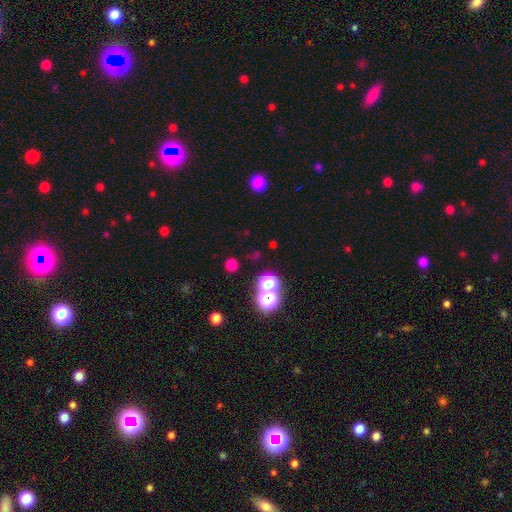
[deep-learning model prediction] Smooth or featured? smooth (50%)
Merging? none (79%)